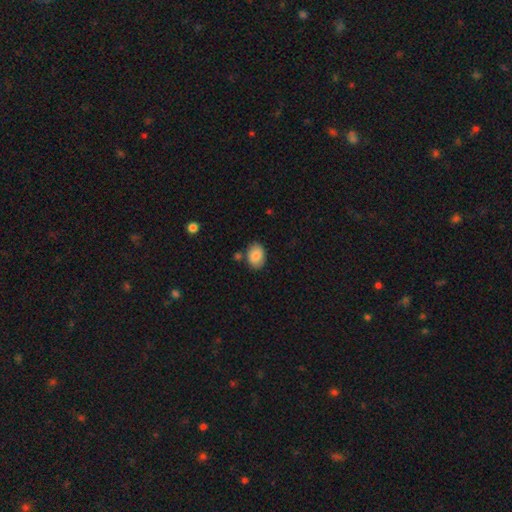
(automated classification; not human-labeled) Overall: smooth (86%). How rounded: in between (73%). Merging: none (80%).